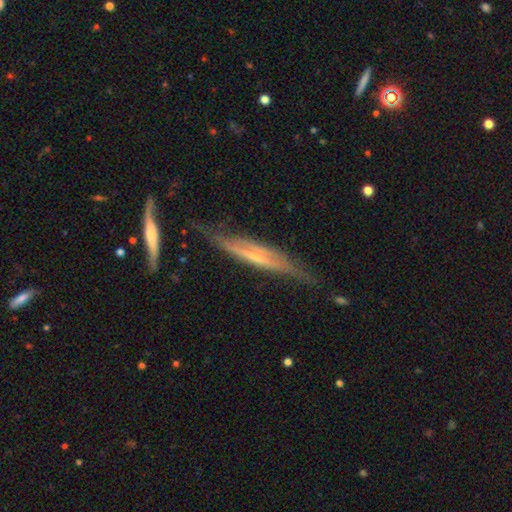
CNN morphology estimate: smooth-or-featured: featured or disk: 74% | smooth: 20% | star or artifact: 6%
  disk-edge-on: yes: 87% | no: 13%
    edge-on-bulge: none: 46% | rounded: 38% | boxy: 17%
  merging: none: 62% | minor disturbance: 24% | major disturbance: 8% | merger: 5%